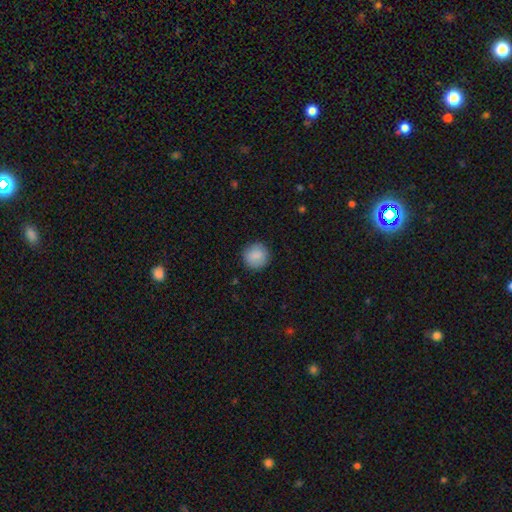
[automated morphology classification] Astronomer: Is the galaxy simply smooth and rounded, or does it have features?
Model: smooth — 88%.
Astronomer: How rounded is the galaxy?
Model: round — 93%.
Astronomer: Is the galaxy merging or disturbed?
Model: none — 90%.